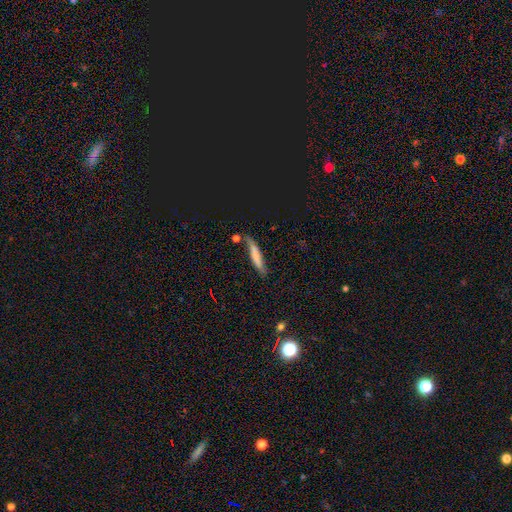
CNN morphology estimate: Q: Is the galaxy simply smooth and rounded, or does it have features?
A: smooth — 69%.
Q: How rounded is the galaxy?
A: cigar-shaped — 89%.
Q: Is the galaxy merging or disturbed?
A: none — 62%.